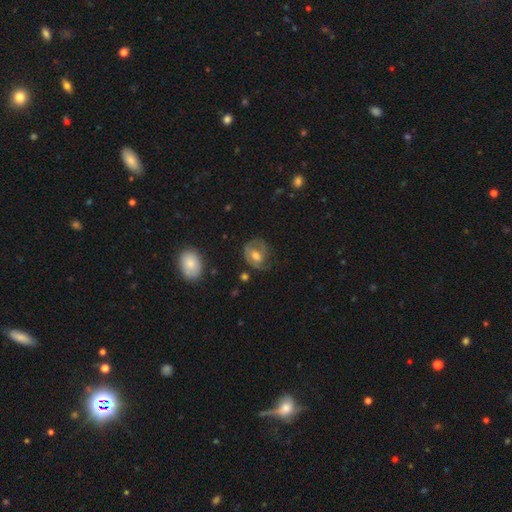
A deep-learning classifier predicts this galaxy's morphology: Smooth or featured?
  - featured or disk: 52% *
  - smooth: 40%
  - star or artifact: 8%
Edge-on disk?
  - no: 96% *
  - yes: 4%
Merging?
  - none: 50% *
  - minor disturbance: 26%
  - major disturbance: 22%
  - merger: 3%